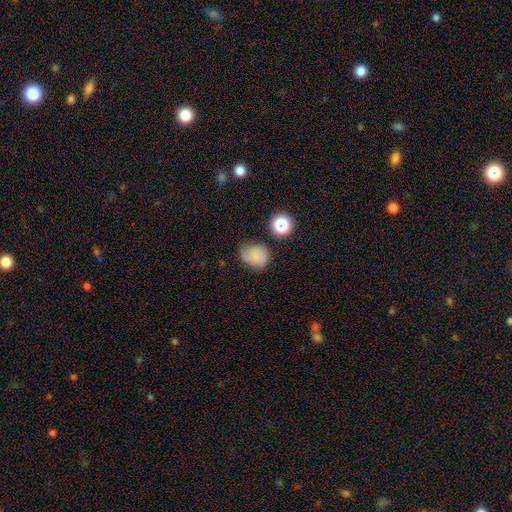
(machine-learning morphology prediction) smooth 78%, star or artifact 13%, featured or disk 9%. Down the decision tree: how rounded — round (60%); merging — none (67%).